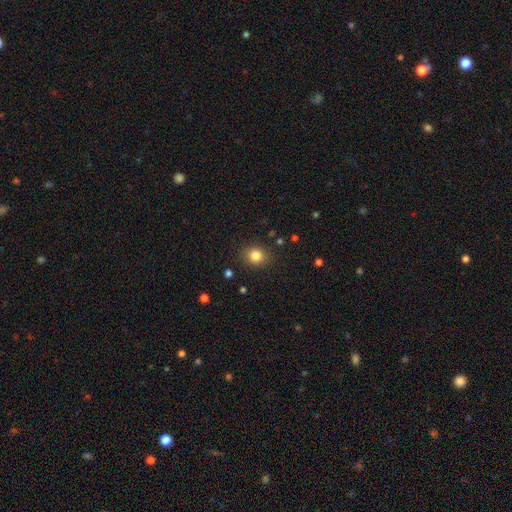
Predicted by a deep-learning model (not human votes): This is clearly a smooth galaxy (83%). How rounded: likely round (77%). Merging: clearly none (86%).